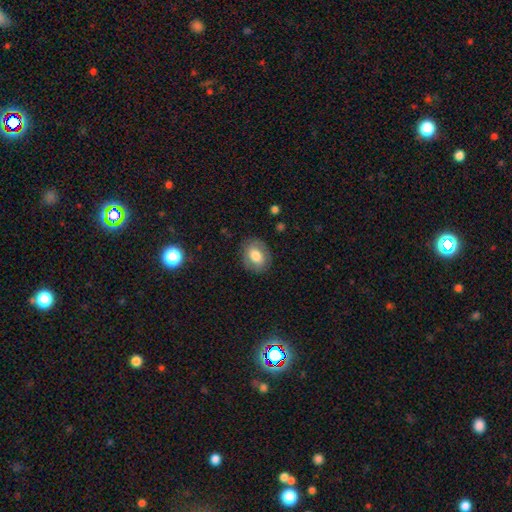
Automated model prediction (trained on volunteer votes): Smooth or featured? smooth (74%)
How rounded? in between (59%)
Merging? none (83%)